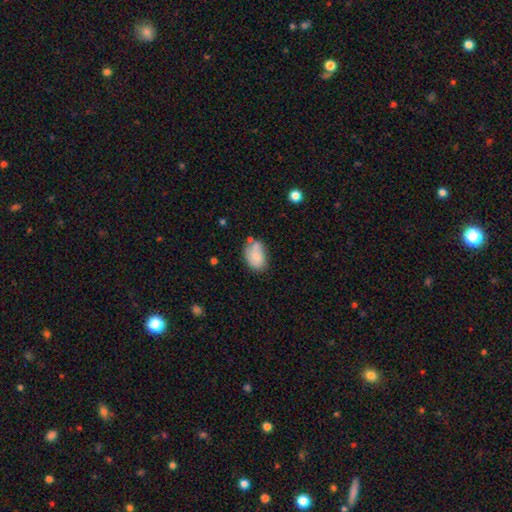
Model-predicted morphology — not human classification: Smooth or featured? Predicted: smooth (p=0.74). How rounded? Predicted: in between (p=0.86). Merging? Predicted: none (p=0.50).